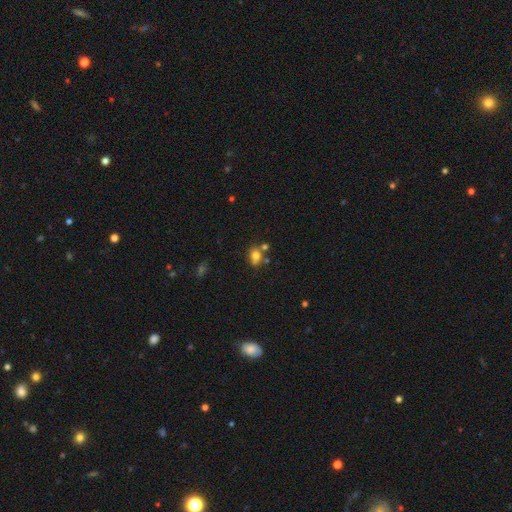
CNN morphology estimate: Q: Smooth or featured?
A: smooth (72%); runner-up: star or artifact (14%)
Q: How rounded?
A: round (55%); runner-up: in between (44%)
Q: Merging?
A: none (52%); runner-up: merger (28%)